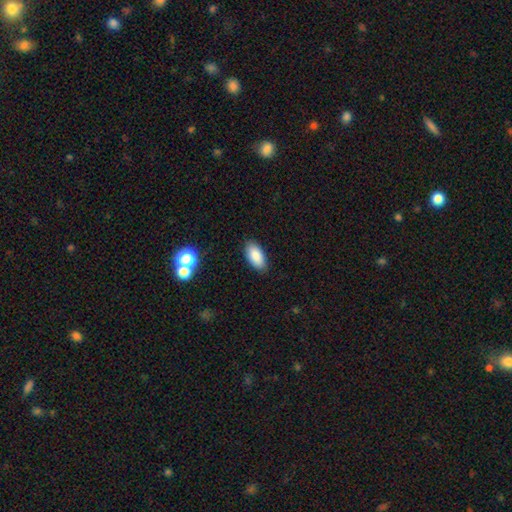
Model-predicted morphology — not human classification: smooth_or_featured: smooth (p=0.87) [alt: star or artifact p=0.07]
how_rounded: in between (p=0.93) [alt: cigar-shaped p=0.04]
merging: none (p=0.87) [alt: minor disturbance p=0.09]